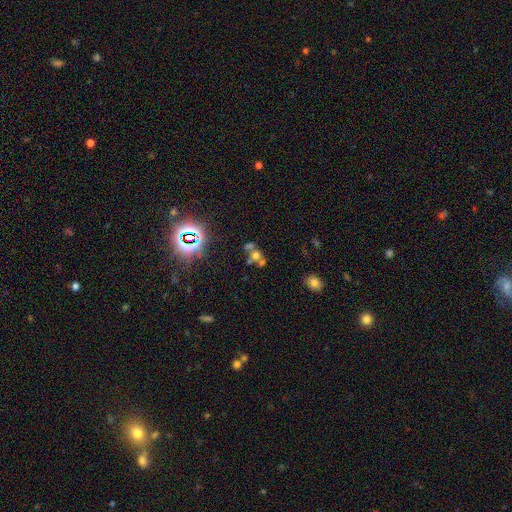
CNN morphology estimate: Smooth or featured?
  - smooth: 43% *
  - star or artifact: 32%
  - featured or disk: 25%
Merging?
  - merger: 48% *
  - none: 37%
  - minor disturbance: 9%
  - major disturbance: 7%